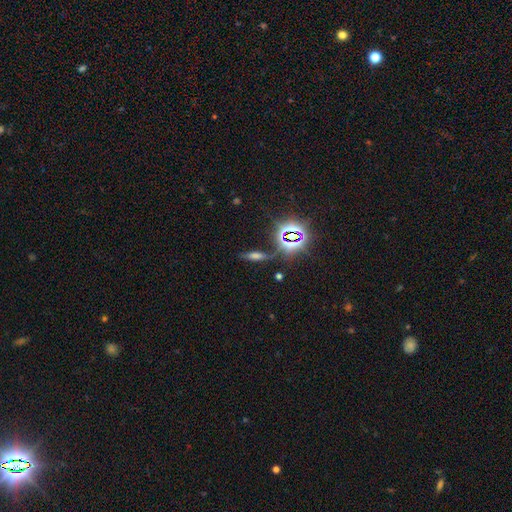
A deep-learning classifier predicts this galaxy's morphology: Smooth or featured: star or artifact — 39% (smooth — 36%)